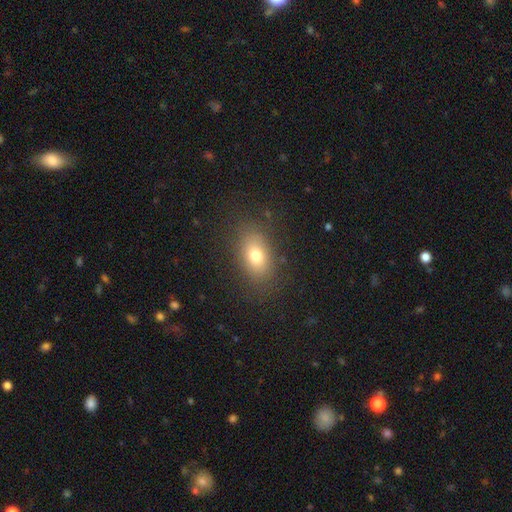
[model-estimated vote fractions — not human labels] Smooth or featured? Predicted: smooth (p=0.75). How rounded? Predicted: in between (p=0.83). Merging? Predicted: none (p=0.83).